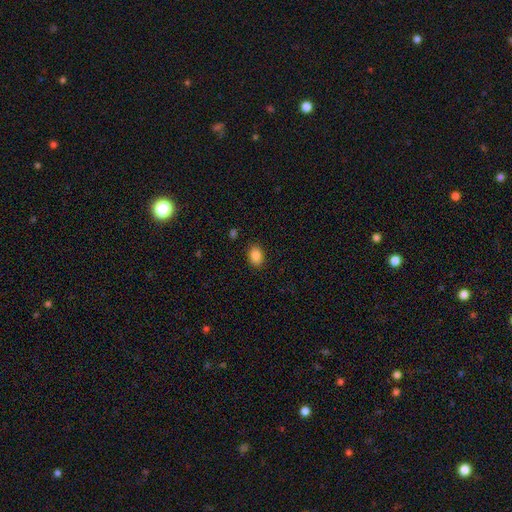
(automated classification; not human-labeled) smooth-or-featured: smooth: 87% | star or artifact: 9% | featured or disk: 4%
  how-rounded: in between: 78% | round: 21% | cigar-shaped: 1%
  merging: none: 88% | minor disturbance: 9% | major disturbance: 2% | merger: 1%